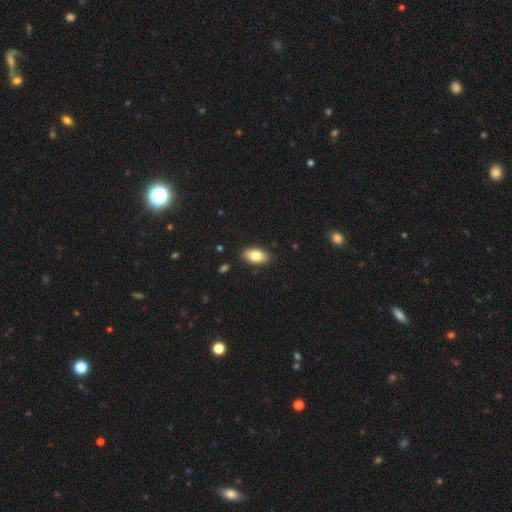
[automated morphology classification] Q: Smooth or featured?
A: smooth (82%); runner-up: featured or disk (11%)
Q: How rounded?
A: in between (93%); runner-up: cigar-shaped (4%)
Q: Merging?
A: none (87%); runner-up: minor disturbance (10%)